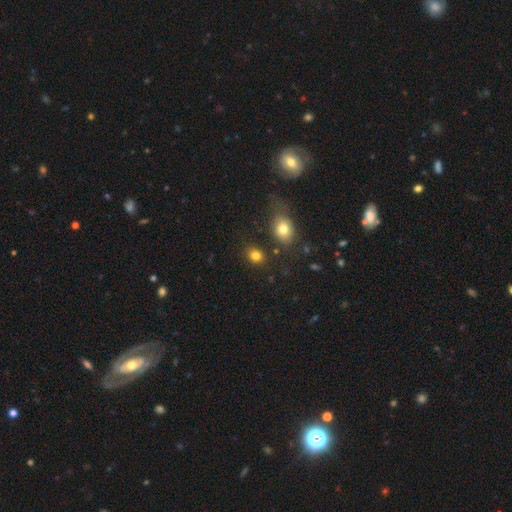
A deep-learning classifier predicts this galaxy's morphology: Q: Smooth or featured?
A: smooth (82%); runner-up: star or artifact (12%)
Q: How rounded?
A: round (52%); runner-up: in between (47%)
Q: Merging?
A: none (82%); runner-up: minor disturbance (10%)